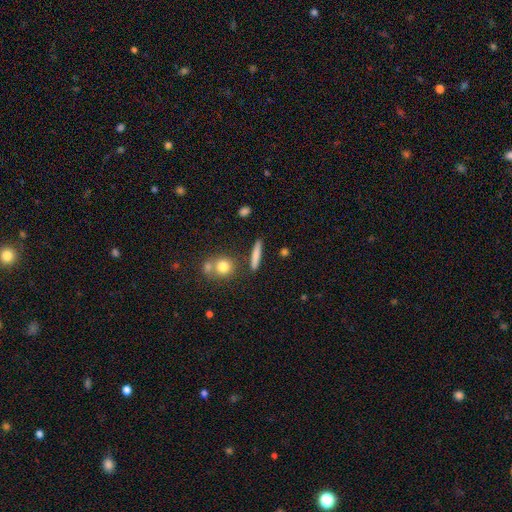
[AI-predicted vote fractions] The model was most divided on "smooth or featured": smooth: 76%, featured or disk: 17%, star or artifact: 8%. More confident: how rounded — cigar-shaped (88%); merging — none (84%).